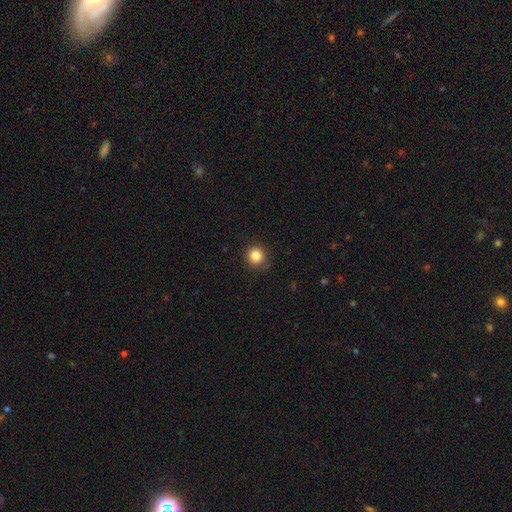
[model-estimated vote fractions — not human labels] This appears to be a smooth galaxy with no disk features (84%) that is round (94%). Merging: none (86%).